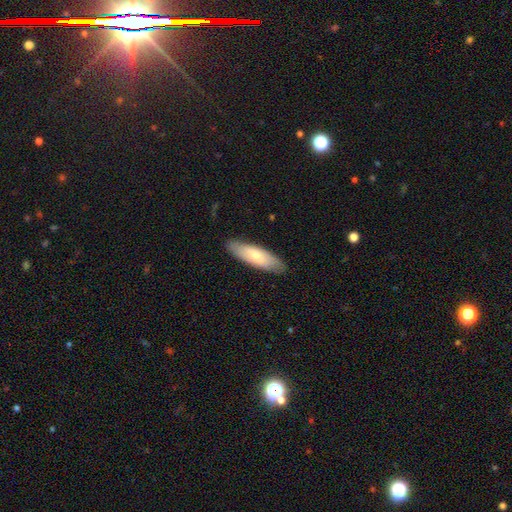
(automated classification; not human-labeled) The model was most divided on "how rounded": cigar-shaped: 50%, in between: 48%, round: 2%. More confident: merging — none (87%); smooth or featured — smooth (68%).